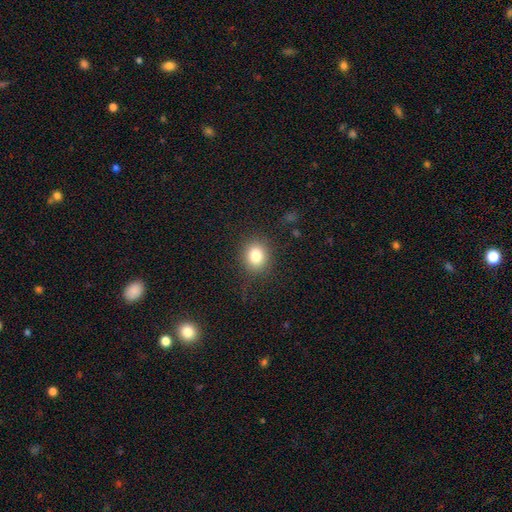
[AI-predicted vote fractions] This appears to be a smooth galaxy with no disk features (82%) that is round (71%). Merging: none (86%).